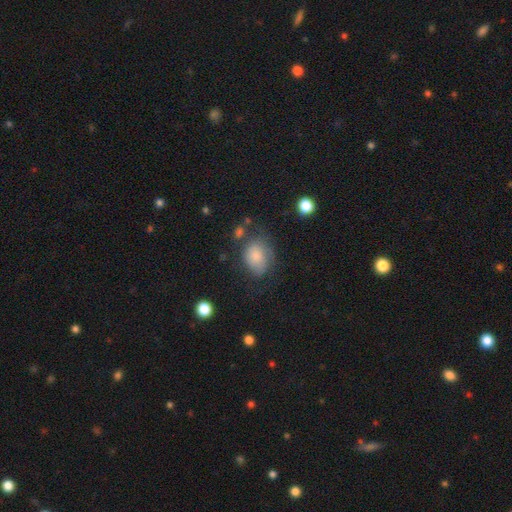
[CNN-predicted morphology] A smooth galaxy with no disk features (70%) that is in between round and cigar-shaped (60%).

Vote fractions:
- Smooth or featured? smooth: 70% / featured or disk: 20% / star or artifact: 11%
- How rounded? in between: 60% / round: 39% / cigar-shaped: 1%
- Merging? none: 55% / minor disturbance: 28% / major disturbance: 14% / merger: 4%